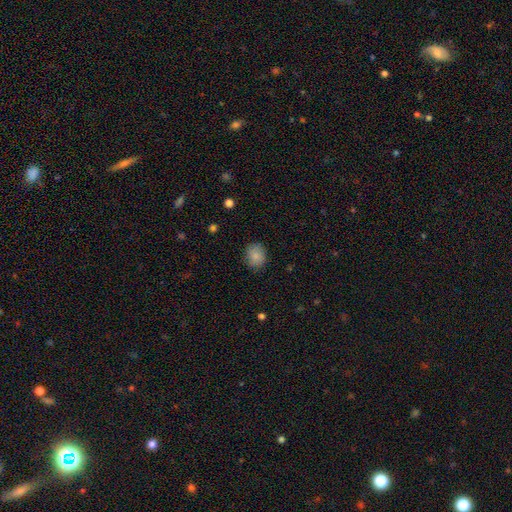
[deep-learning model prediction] smooth 86%, star or artifact 8%, featured or disk 5%. Down the decision tree: how rounded — round (65%); merging — none (84%).